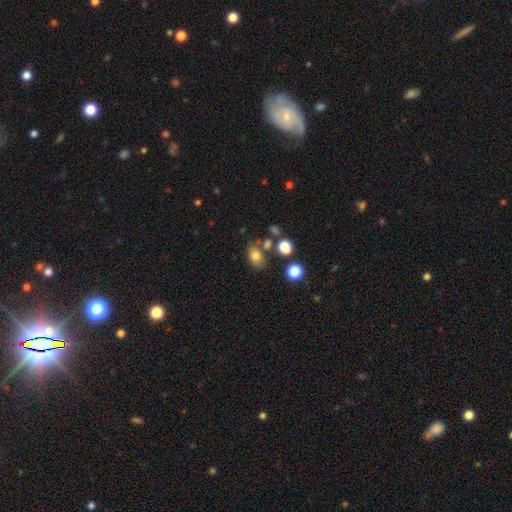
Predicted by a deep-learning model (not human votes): Smooth or featured? Predicted: smooth (p=0.77). How rounded? Predicted: in between (p=0.77). Merging? Predicted: none (p=0.68).